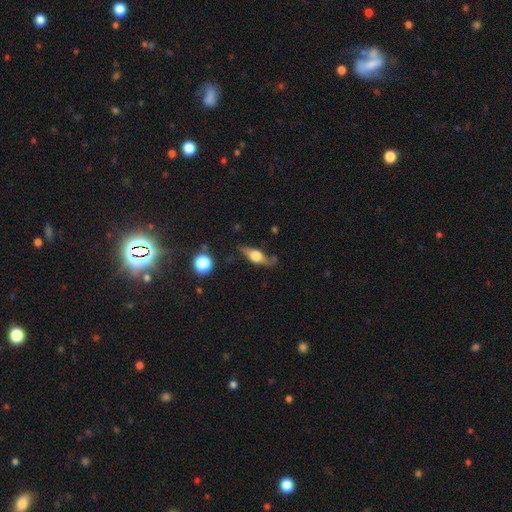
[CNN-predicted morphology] Q: Smooth or featured?
A: featured or disk (53%); runner-up: smooth (38%)
Q: Edge-on disk?
A: yes (82%); runner-up: no (18%)
Q: Merging?
A: none (67%); runner-up: minor disturbance (21%)